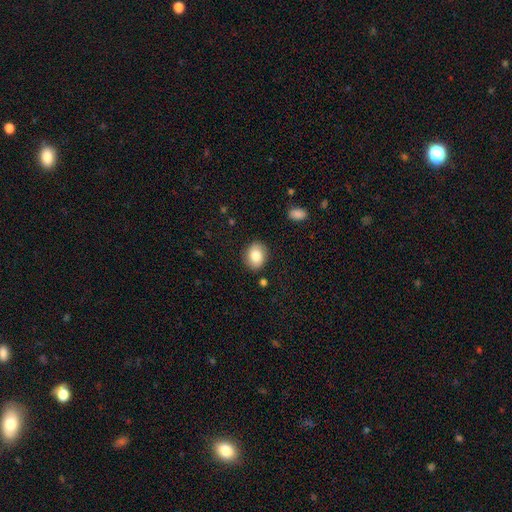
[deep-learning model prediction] Smooth or featured? Predicted: smooth (p=0.82). How rounded? Predicted: round (p=0.55). Merging? Predicted: none (p=0.86).